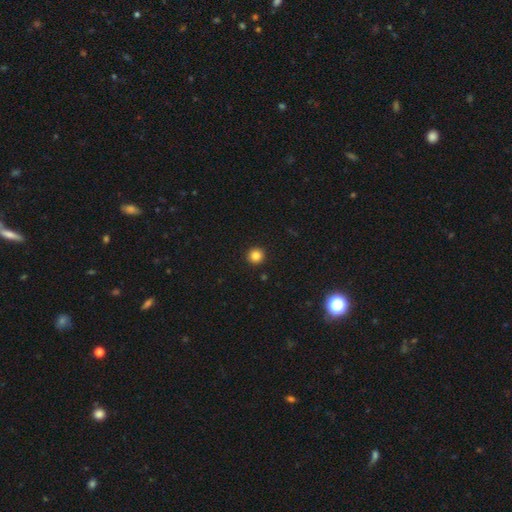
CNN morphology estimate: A smooth galaxy with no disk features (84%) that is round (95%). Merging: none (93%).